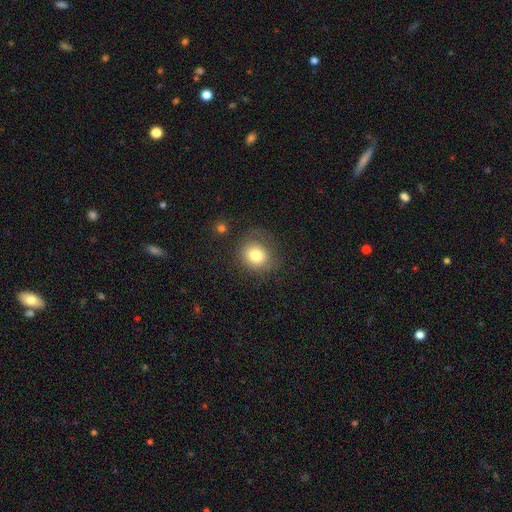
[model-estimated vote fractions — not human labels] This appears to be a smooth galaxy with no disk features (77%) that is round (77%). Merging: none (68%).